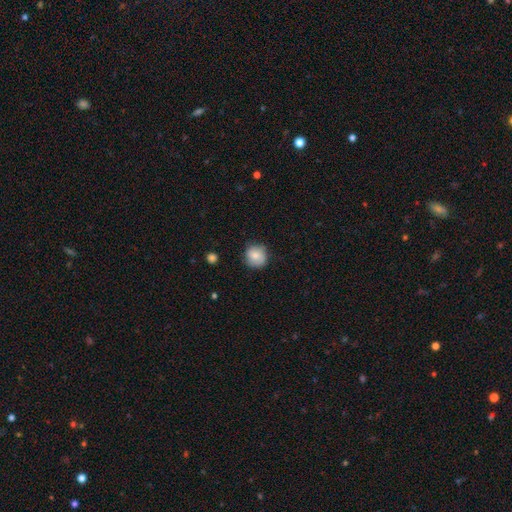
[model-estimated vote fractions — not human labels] smooth-or-featured: smooth: 77% | featured or disk: 16% | star or artifact: 8%
  how-rounded: round: 89% | in between: 10% | cigar-shaped: 1%
  merging: none: 80% | minor disturbance: 16% | major disturbance: 3% | merger: 1%